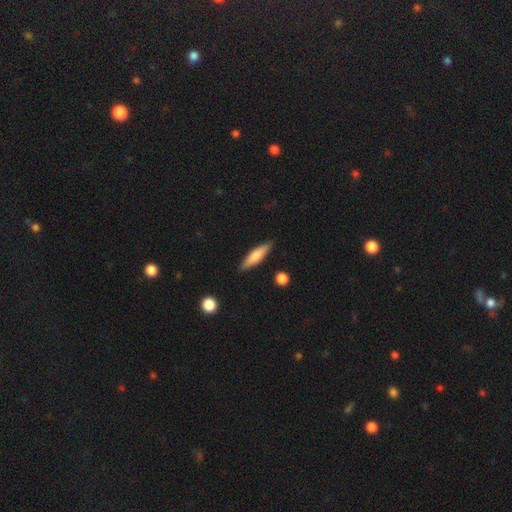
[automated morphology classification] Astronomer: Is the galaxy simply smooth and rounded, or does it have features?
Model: smooth — 68%.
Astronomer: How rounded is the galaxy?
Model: cigar-shaped — 75%.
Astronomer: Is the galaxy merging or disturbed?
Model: none — 87%.